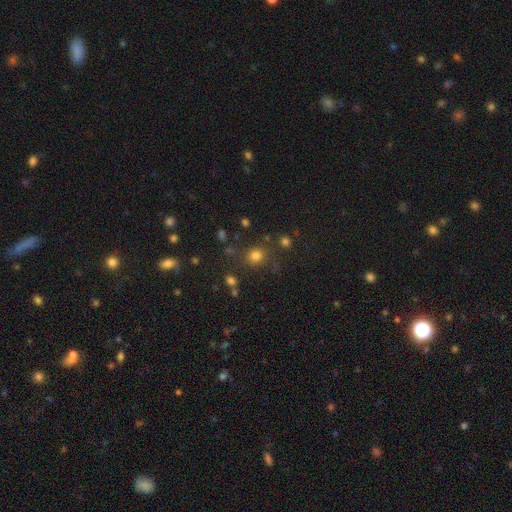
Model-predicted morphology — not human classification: smooth_or_featured: smooth (p=0.76) [alt: star or artifact p=0.18]
how_rounded: round (p=0.84) [alt: in between p=0.15]
merging: none (p=0.77) [alt: minor disturbance p=0.11]